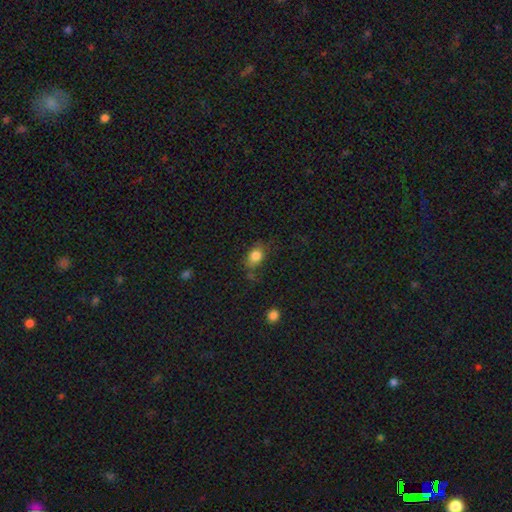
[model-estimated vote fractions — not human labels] Smooth or featured: smooth — 83% (star or artifact — 10%)
How rounded: in between — 63% (round — 35%)
Merging: none — 64% (minor disturbance — 23%)